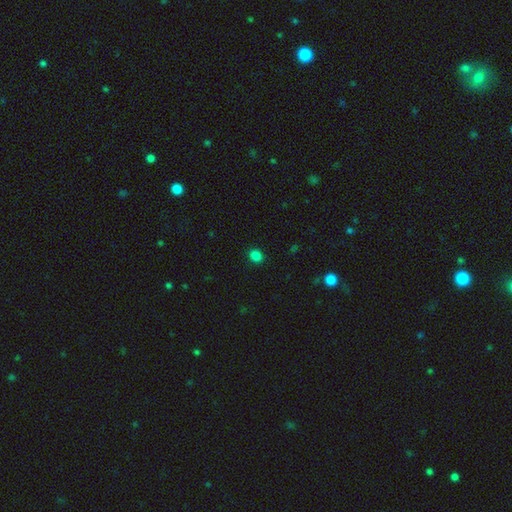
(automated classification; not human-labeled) A smooth galaxy with no disk features (84%) that is round (59%). Merging: none (90%).